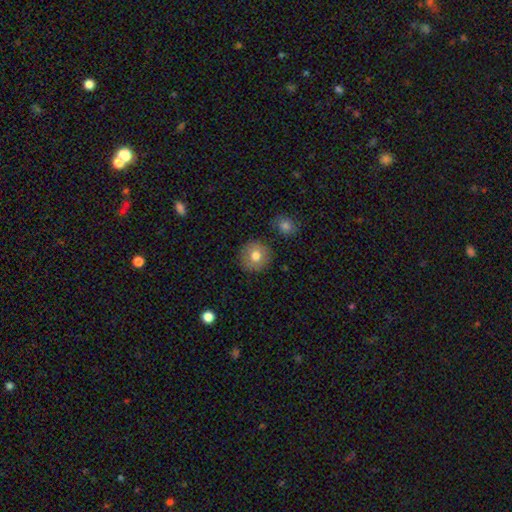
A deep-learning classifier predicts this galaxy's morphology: smooth-or-featured: smooth: 78% | featured or disk: 13% | star or artifact: 9%
  how-rounded: round: 93% | in between: 6% | cigar-shaped: 1%
  merging: none: 87% | minor disturbance: 8% | merger: 3% | major disturbance: 2%